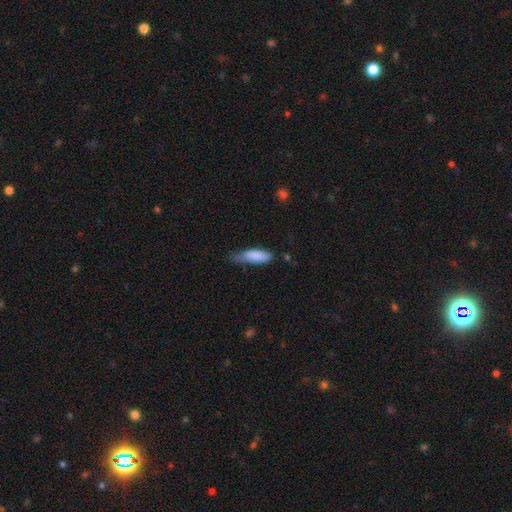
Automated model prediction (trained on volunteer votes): Smooth or featured? smooth (85%)
How rounded? in between (55%)
Merging? minor disturbance (44%)